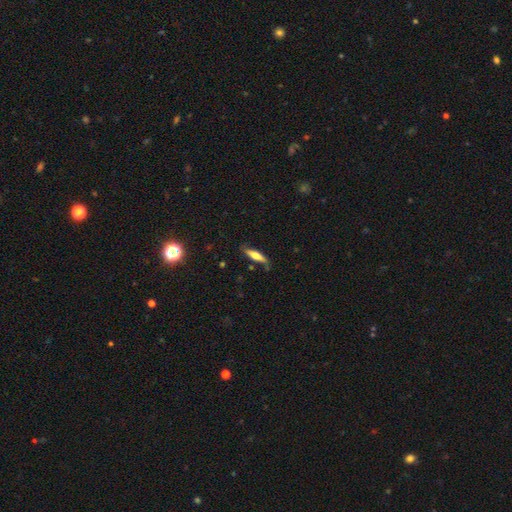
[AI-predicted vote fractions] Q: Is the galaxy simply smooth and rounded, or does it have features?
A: smooth — 54%.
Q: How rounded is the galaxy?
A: cigar-shaped — 71%.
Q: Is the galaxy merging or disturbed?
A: none — 74%.